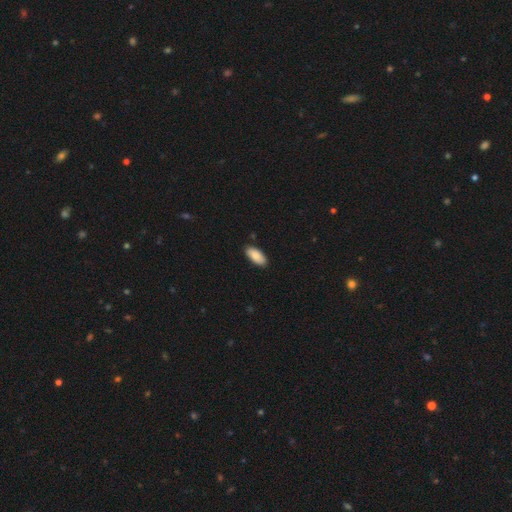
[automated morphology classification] Smooth or featured? smooth (87%)
How rounded? in between (91%)
Merging? none (87%)